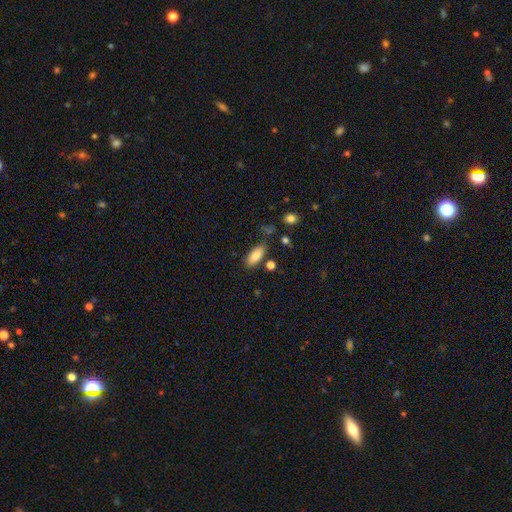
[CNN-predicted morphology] smooth_or_featured: smooth (p=0.84) [alt: featured or disk p=0.09]
how_rounded: in between (p=0.82) [alt: cigar-shaped p=0.15]
merging: none (p=0.75) [alt: minor disturbance p=0.15]